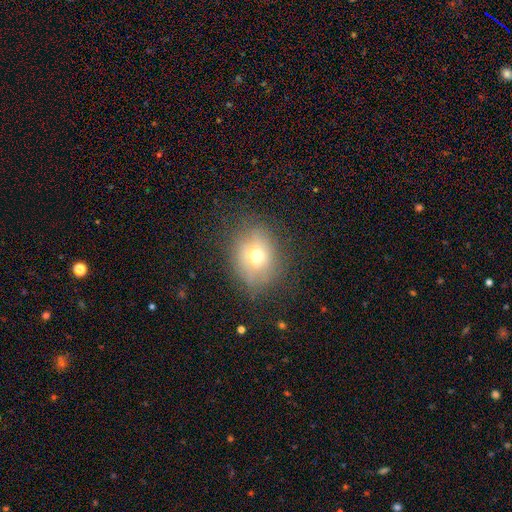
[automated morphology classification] A smooth galaxy with no disk features (65%) that is round (57%).

Vote fractions:
- Smooth or featured? smooth: 65% / featured or disk: 20% / star or artifact: 15%
- How rounded? round: 57% / in between: 41% / cigar-shaped: 1%
- Merging? none: 73% / minor disturbance: 17% / major disturbance: 8% / merger: 1%